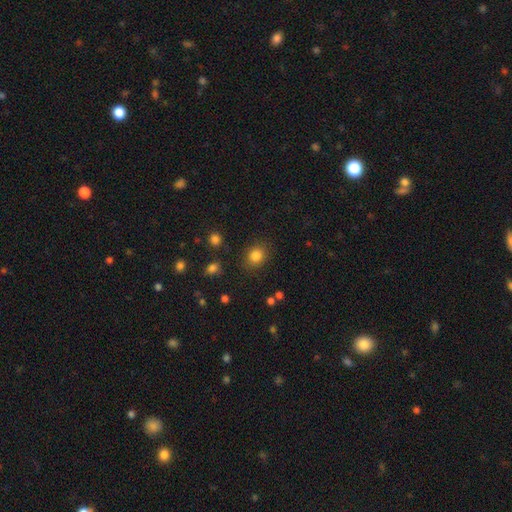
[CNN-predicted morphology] This appears to be a smooth galaxy with no disk features (83%) that is round (67%). Merging: none (84%).